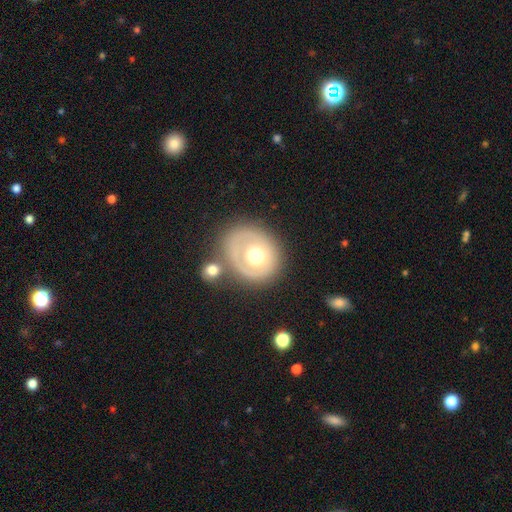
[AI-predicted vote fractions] Smooth or featured: featured or disk — 55% (smooth — 39%)
Edge-on disk: no — 96% (yes — 4%)
Bar: no — 89% (weak — 8%)
Spiral arms: no — 70% (yes — 30%)
Bulge size: moderate — 72% (large — 16%)
Merging: none — 61% (minor disturbance — 18%)